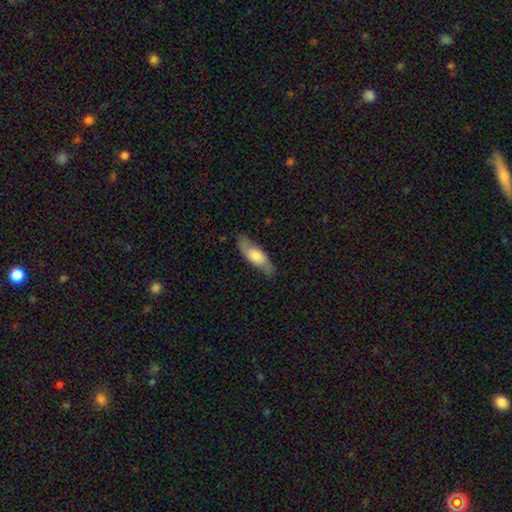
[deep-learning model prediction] Smooth or featured?
  - smooth: 55% *
  - featured or disk: 40%
  - star or artifact: 6%
How rounded?
  - in between: 55% *
  - cigar-shaped: 42%
  - round: 3%
Merging?
  - none: 80% *
  - minor disturbance: 15%
  - major disturbance: 4%
  - merger: 1%